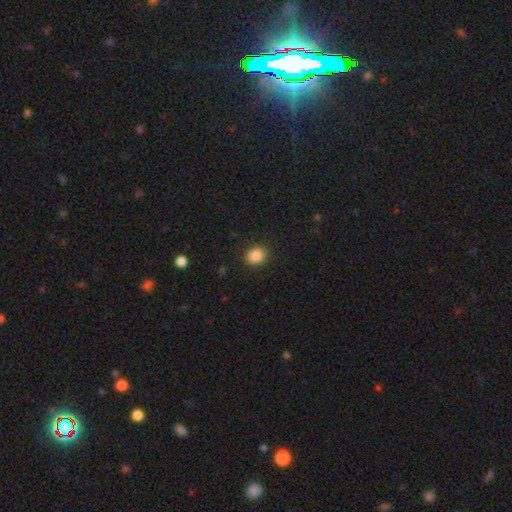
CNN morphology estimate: The model was most divided on "how rounded": round: 62%, in between: 37%, cigar-shaped: 1%. More confident: merging — none (89%); smooth or featured — smooth (88%).